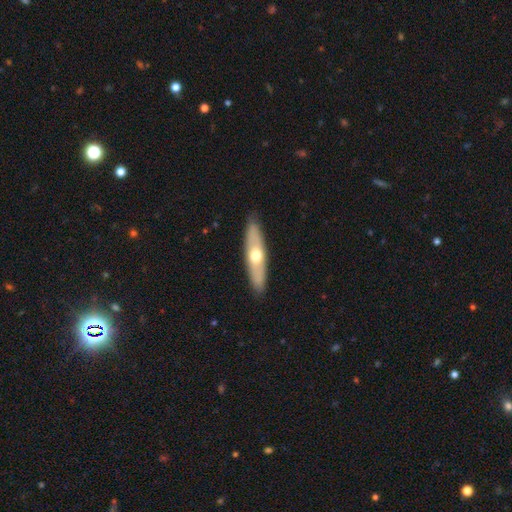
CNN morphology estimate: Overall: smooth (49%; featured or disk 46%). Merging: none (88%).